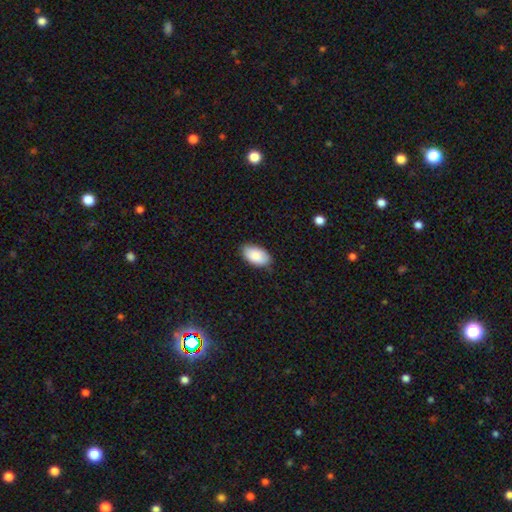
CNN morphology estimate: This is clearly a smooth galaxy (89%). How rounded: clearly in between (95%). Merging: clearly none (82%).